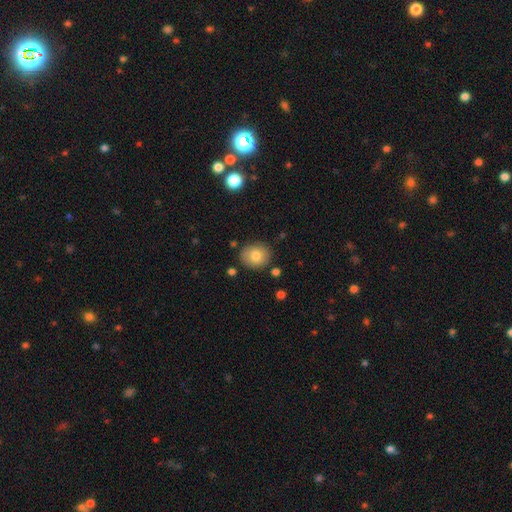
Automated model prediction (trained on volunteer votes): Smooth or featured?
  - smooth: 79% *
  - featured or disk: 12%
  - star or artifact: 9%
How rounded?
  - round: 71% *
  - in between: 28%
  - cigar-shaped: 1%
Merging?
  - none: 83% *
  - minor disturbance: 11%
  - merger: 3%
  - major disturbance: 3%